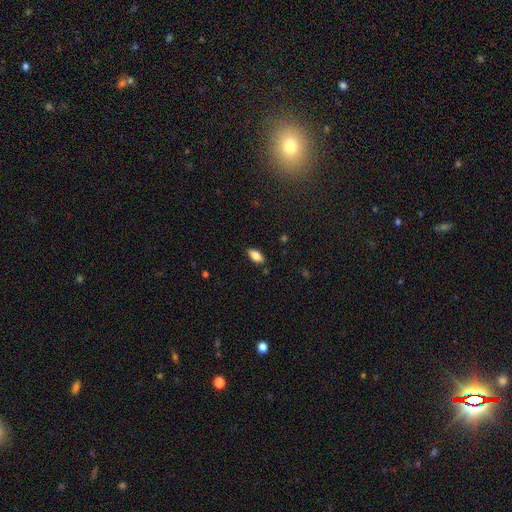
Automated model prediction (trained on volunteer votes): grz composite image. It shows a smooth galaxy with no disk features (81%) that is in between round and cigar-shaped (87%). Merging: none (85%).